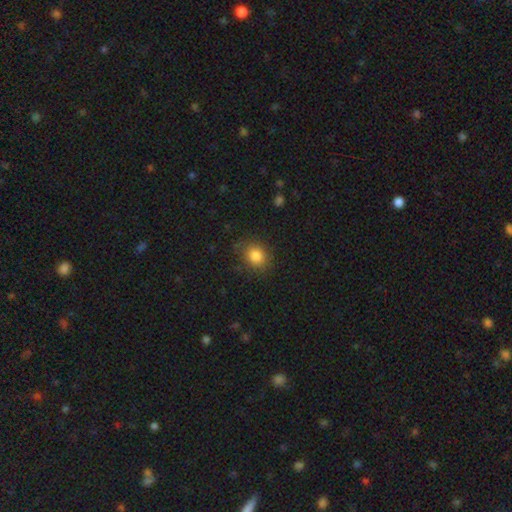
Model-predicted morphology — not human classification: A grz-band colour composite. It shows a smooth galaxy with no disk features (84%) that is round (69%). Merging: none (83%).